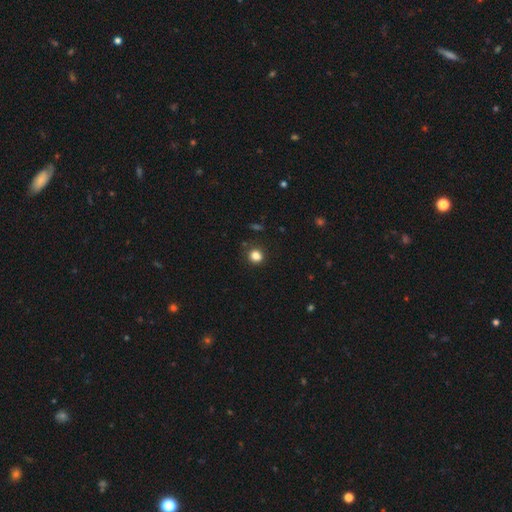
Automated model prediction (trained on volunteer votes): smooth 83%, star or artifact 13%, featured or disk 4%. Down the decision tree: how rounded — round (83%); merging — none (87%).